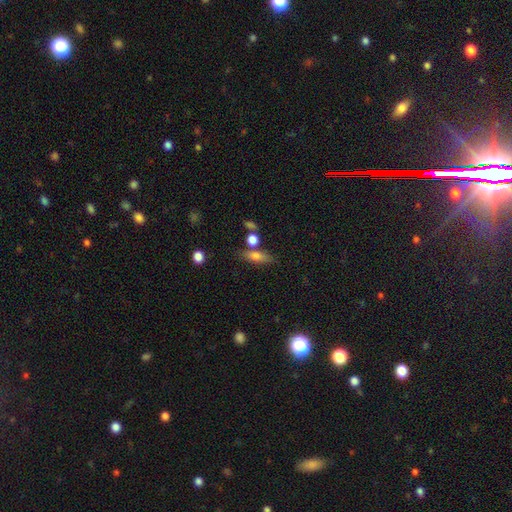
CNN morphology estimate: This is likely a smooth galaxy (70%). How rounded: possibly in between (57%). Merging: likely none (66%).